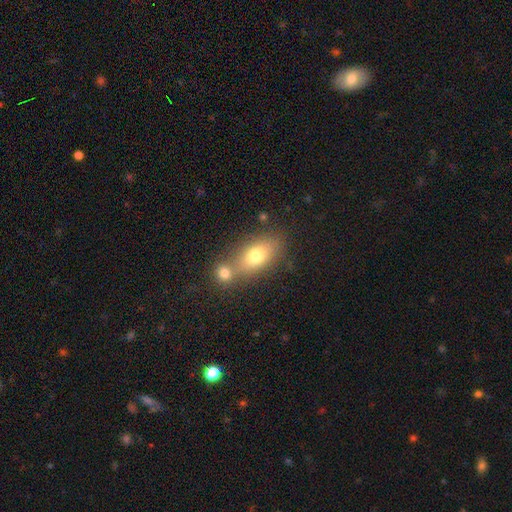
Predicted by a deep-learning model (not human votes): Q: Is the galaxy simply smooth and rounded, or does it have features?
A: smooth — 73%.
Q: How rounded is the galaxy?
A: in between — 79%.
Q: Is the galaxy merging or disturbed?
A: none — 44%.